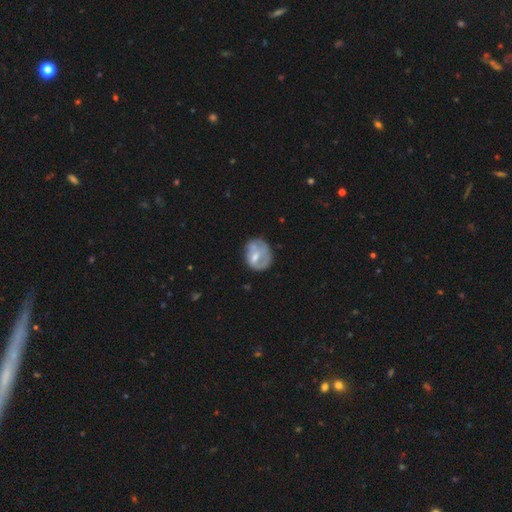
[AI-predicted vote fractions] This appears to be a smooth galaxy with no disk features (50%). Merging: none (46%).